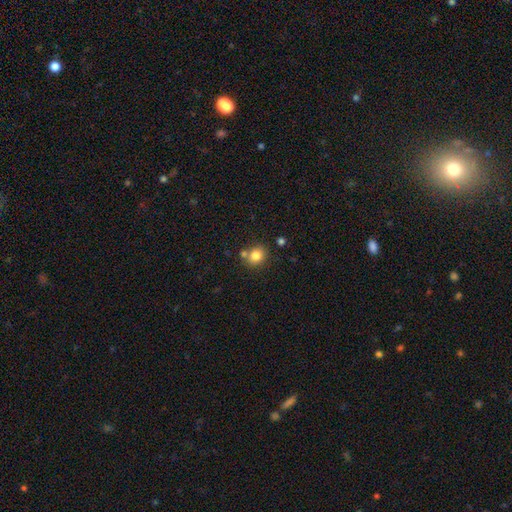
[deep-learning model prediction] Smooth or featured? smooth (81%)
How rounded? round (71%)
Merging? none (67%)